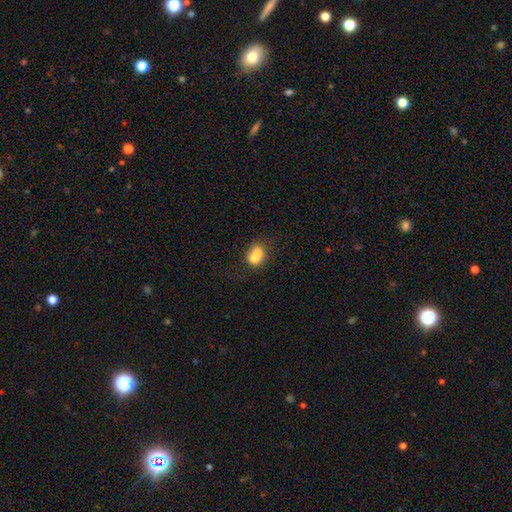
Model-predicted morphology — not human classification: Overall: smooth (69%). How rounded: round (59%; in between 40%). Merging: merger (66%).